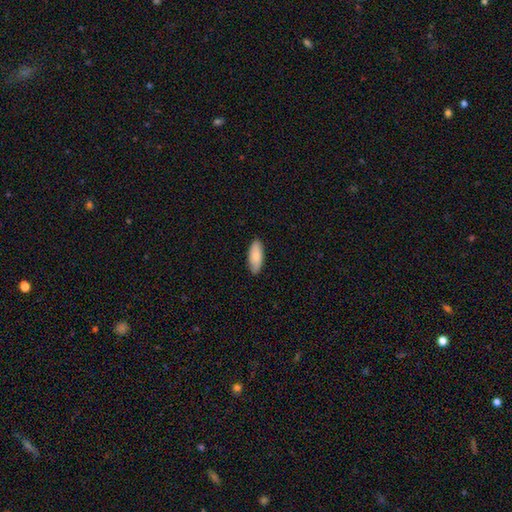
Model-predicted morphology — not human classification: This is clearly a smooth galaxy (87%). How rounded: likely in between (79%). Merging: clearly none (88%).